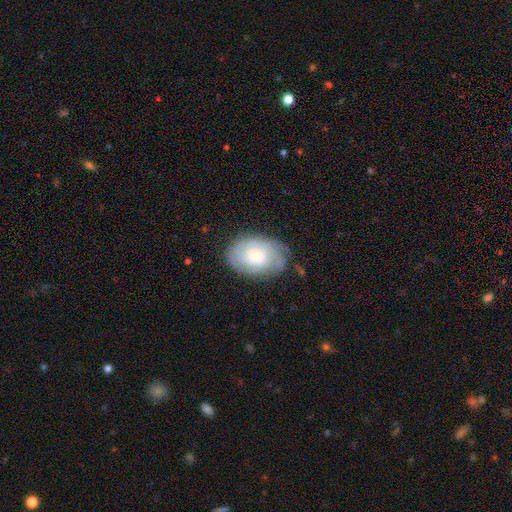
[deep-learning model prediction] Q: Smooth or featured?
A: featured or disk (50%); runner-up: smooth (43%)
Q: Merging?
A: none (74%); runner-up: minor disturbance (19%)